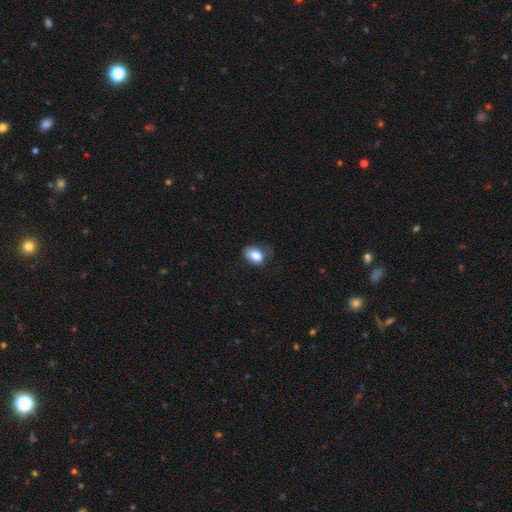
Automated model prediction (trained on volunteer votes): Smooth or featured? Predicted: smooth (p=0.83). How rounded? Predicted: in between (p=0.76). Merging? Predicted: none (p=0.51).